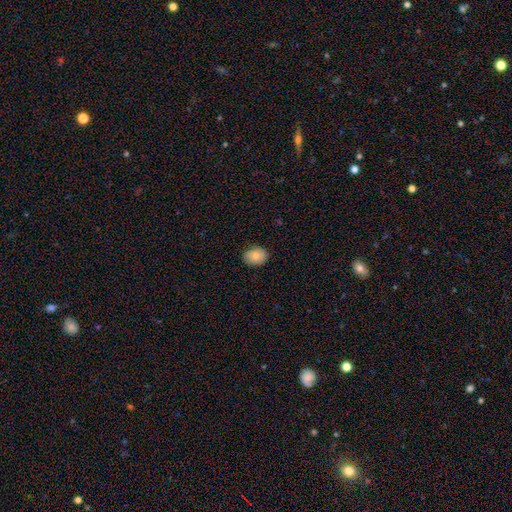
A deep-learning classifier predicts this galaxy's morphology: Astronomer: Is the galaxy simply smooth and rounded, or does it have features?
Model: smooth — 82%.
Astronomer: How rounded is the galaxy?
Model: in between — 68%.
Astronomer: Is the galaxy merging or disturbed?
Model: none — 84%.